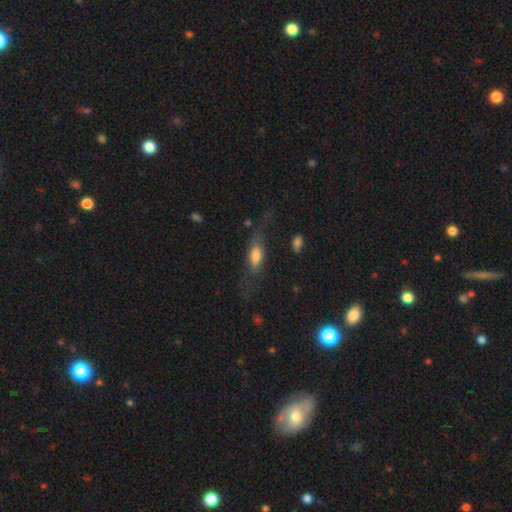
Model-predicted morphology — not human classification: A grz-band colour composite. It shows a smooth galaxy with no disk features (62%) that is in between round and cigar-shaped (64%). Merging: none (50%).